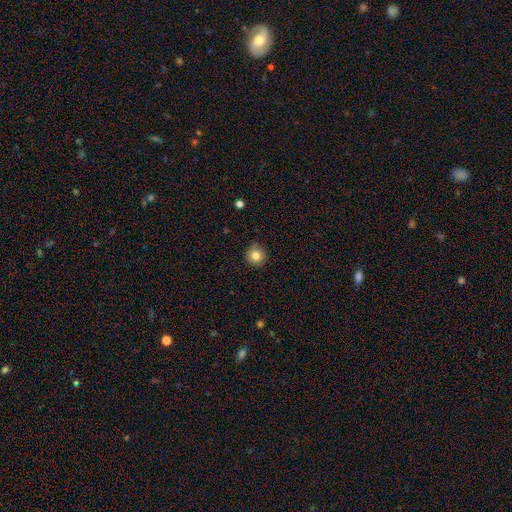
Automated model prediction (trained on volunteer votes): Q: Smooth or featured?
A: smooth (82%); runner-up: star or artifact (11%)
Q: How rounded?
A: round (93%); runner-up: in between (6%)
Q: Merging?
A: none (84%); runner-up: minor disturbance (12%)